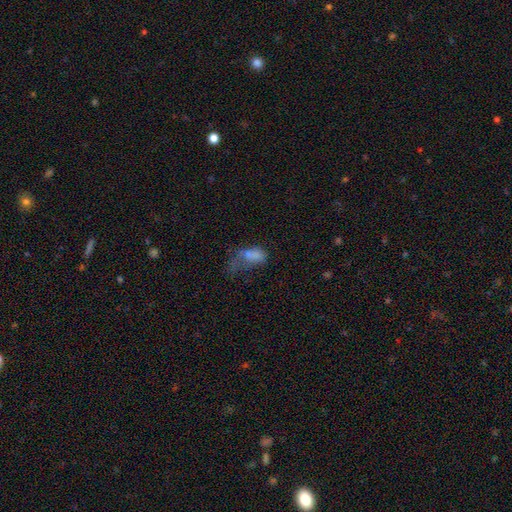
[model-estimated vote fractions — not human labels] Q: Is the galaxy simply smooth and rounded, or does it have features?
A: smooth — 55%.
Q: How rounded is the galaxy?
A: in between — 84%.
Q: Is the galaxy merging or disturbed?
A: major disturbance — 47%.